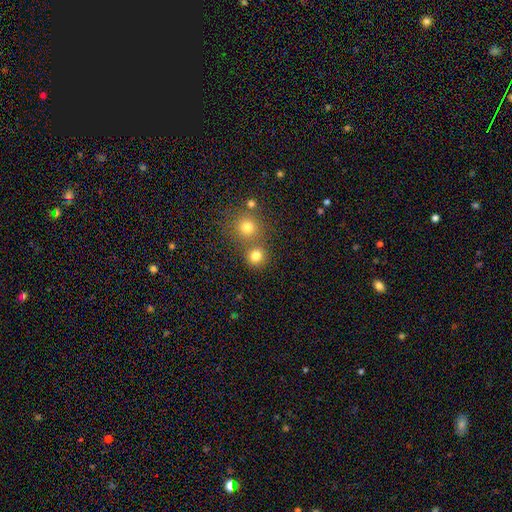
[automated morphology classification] This appears to be a smooth galaxy with no disk features (79%) that is round (89%). Merging: none (68%).